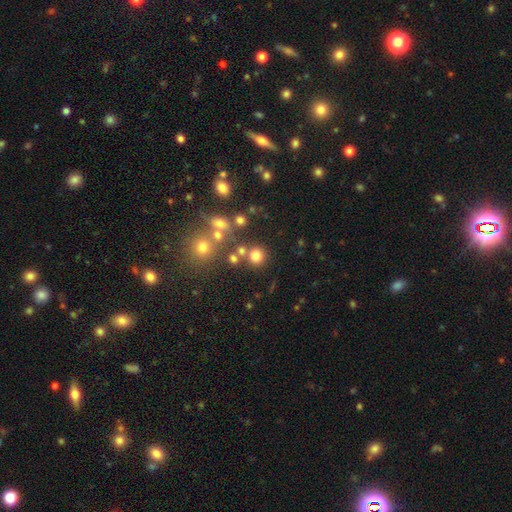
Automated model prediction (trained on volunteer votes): Smooth or featured? smooth (74%)
How rounded? round (90%)
Merging? none (73%)